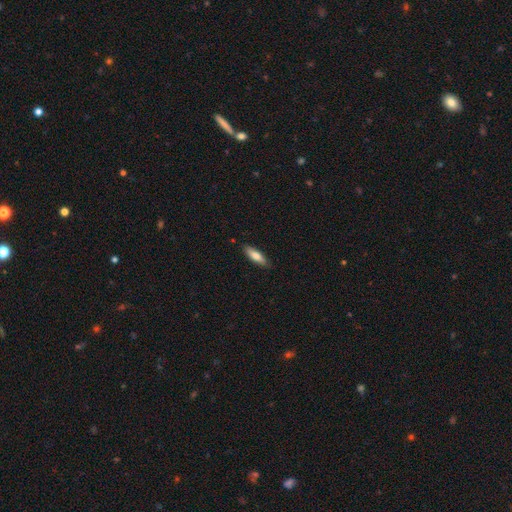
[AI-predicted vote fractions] Smooth or featured?
  - smooth: 75% *
  - featured or disk: 20%
  - star or artifact: 6%
How rounded?
  - cigar-shaped: 54% *
  - in between: 44%
  - round: 2%
Merging?
  - none: 86% *
  - minor disturbance: 11%
  - major disturbance: 2%
  - merger: 1%